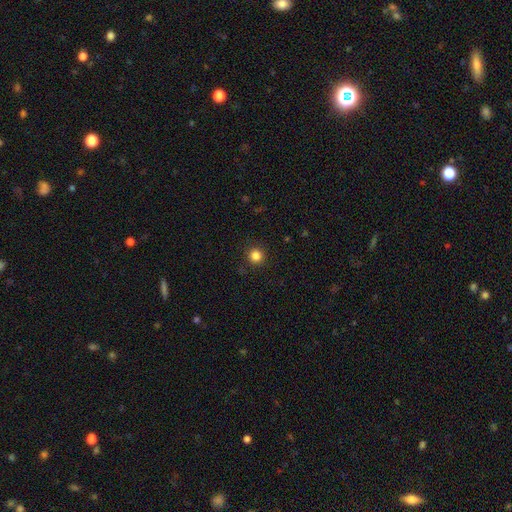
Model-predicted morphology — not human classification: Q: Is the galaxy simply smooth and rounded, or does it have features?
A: smooth — 84%.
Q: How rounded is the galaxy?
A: round — 95%.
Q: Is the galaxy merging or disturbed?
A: none — 92%.